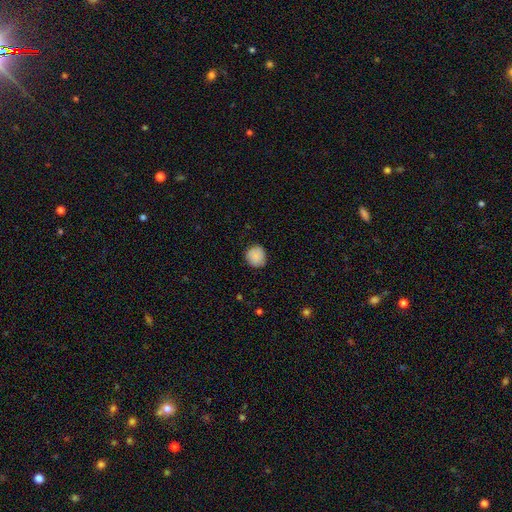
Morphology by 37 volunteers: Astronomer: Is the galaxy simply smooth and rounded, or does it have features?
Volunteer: smooth — 84%.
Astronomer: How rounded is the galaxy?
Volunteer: round — 90%.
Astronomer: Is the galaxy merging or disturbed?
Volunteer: none — 86%.